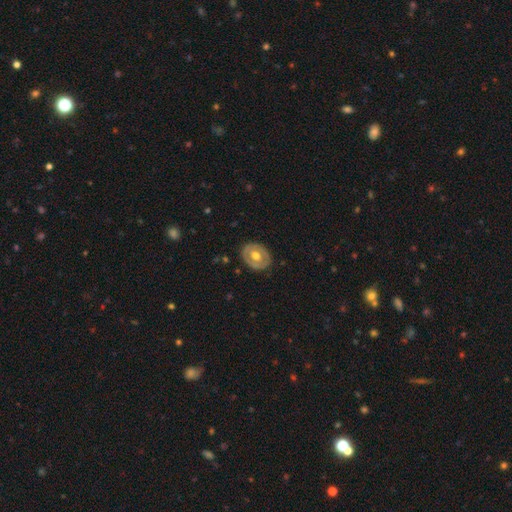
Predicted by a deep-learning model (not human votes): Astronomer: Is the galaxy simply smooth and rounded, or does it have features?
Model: featured or disk — 54% (runner-up: smooth, 41%).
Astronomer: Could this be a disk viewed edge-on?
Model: no — 93%.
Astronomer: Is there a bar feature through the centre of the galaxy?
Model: no — 78%.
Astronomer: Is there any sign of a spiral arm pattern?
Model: no — 85%.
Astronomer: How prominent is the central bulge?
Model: moderate — 72%.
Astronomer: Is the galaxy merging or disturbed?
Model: none — 83%.